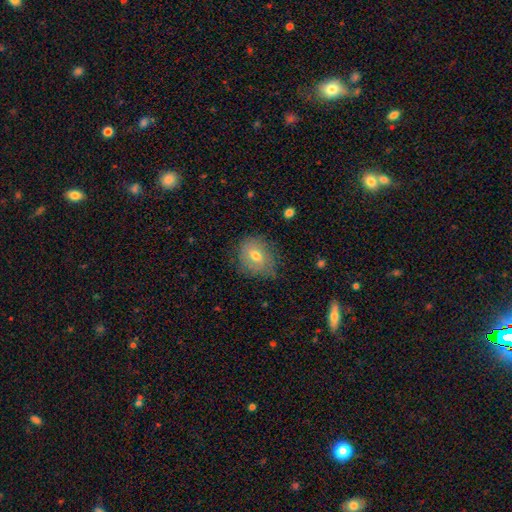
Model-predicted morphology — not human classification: This is likely a smooth galaxy (67%). How rounded: possibly in between (50%). Merging: likely none (66%).